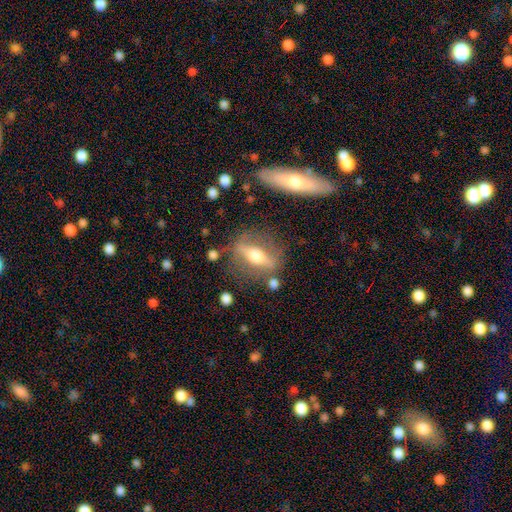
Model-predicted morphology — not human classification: Overall: featured or disk (69%). Edge-on disk: yes (68%; no 32%). Merging: none (75%).